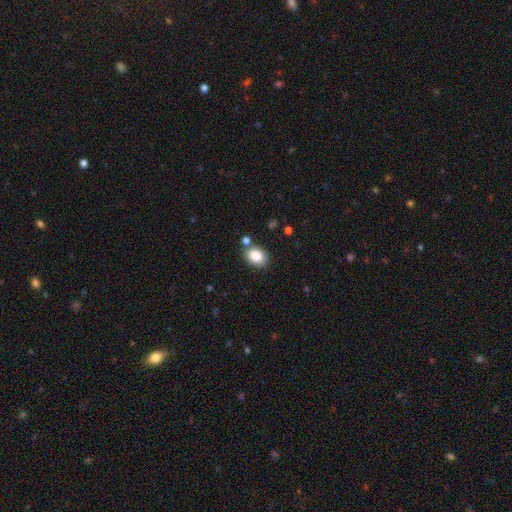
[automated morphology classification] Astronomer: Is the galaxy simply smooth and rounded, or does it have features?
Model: smooth — 86%.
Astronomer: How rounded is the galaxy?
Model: in between — 70%.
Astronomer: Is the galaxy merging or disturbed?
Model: none — 75%.